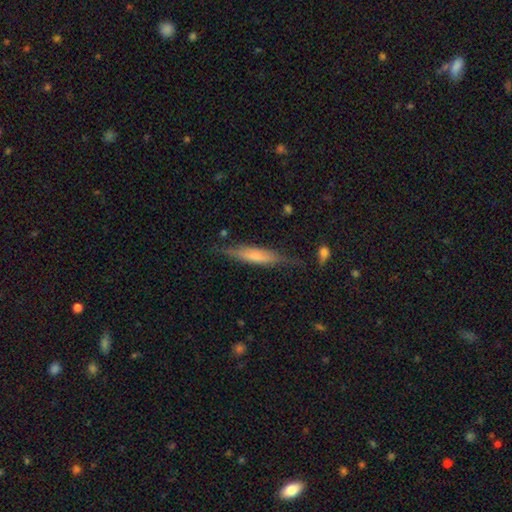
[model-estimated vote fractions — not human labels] This is possibly a smooth galaxy (53%). How rounded: clearly cigar-shaped (83%). Merging: likely none (72%).